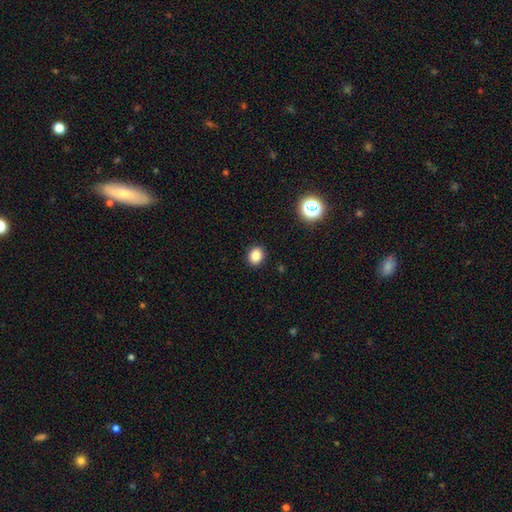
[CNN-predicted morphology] smooth-or-featured: smooth: 84% | star or artifact: 12% | featured or disk: 4%
  how-rounded: round: 71% | in between: 29% | cigar-shaped: 1%
  merging: none: 91% | minor disturbance: 6% | major disturbance: 2% | merger: 1%